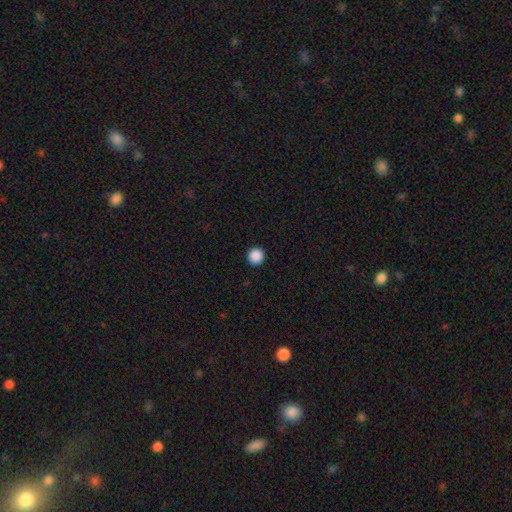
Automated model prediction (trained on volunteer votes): Smooth or featured? Predicted: smooth (p=0.88). How rounded? Predicted: round (p=0.96). Merging? Predicted: none (p=0.94).